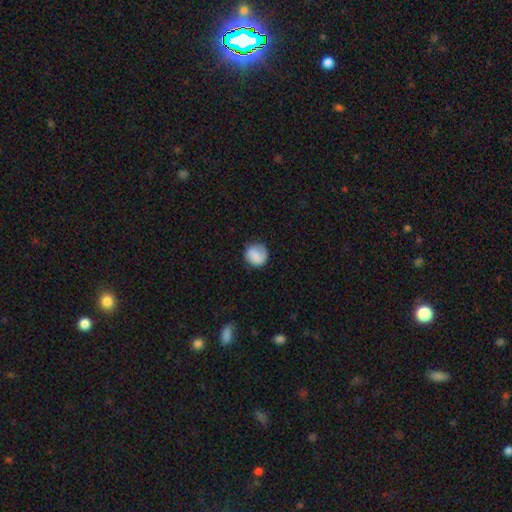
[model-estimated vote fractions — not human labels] Overall: smooth (71%). How rounded: round (89%). Merging: none (77%).